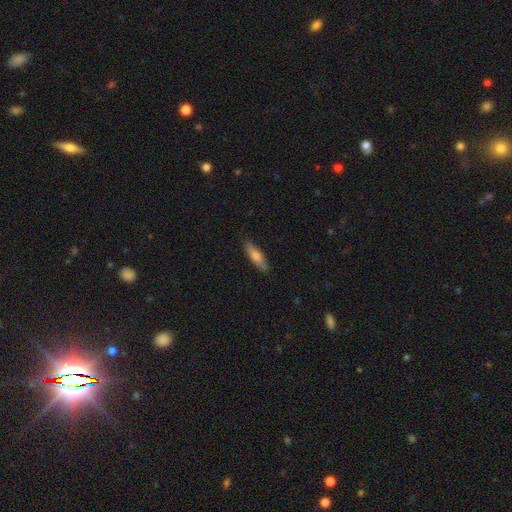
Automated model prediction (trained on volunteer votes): Smooth or featured: smooth — 71% (featured or disk — 22%)
How rounded: cigar-shaped — 59% (in between — 39%)
Merging: none — 85% (minor disturbance — 12%)